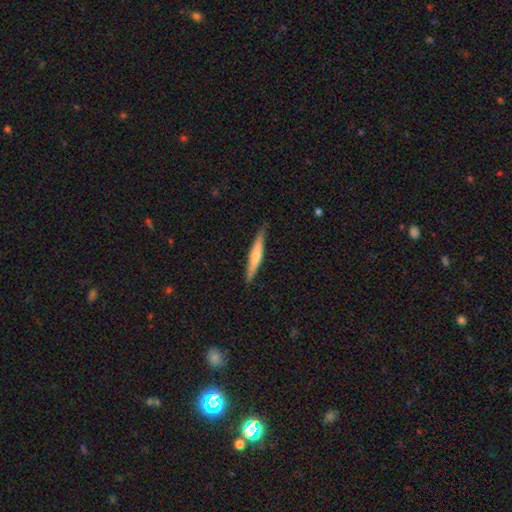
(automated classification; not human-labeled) This is possibly a smooth galaxy (52%). How rounded: clearly cigar-shaped (93%). Merging: clearly none (85%).